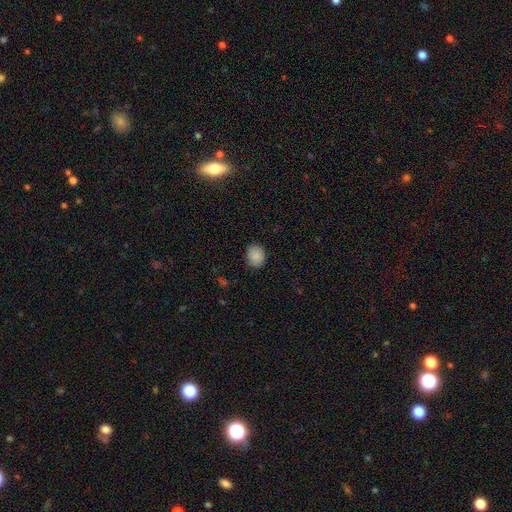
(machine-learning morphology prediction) The model was most divided on "how rounded": round: 59%, in between: 40%, cigar-shaped: 1%. More confident: smooth or featured — smooth (86%); merging — none (82%).